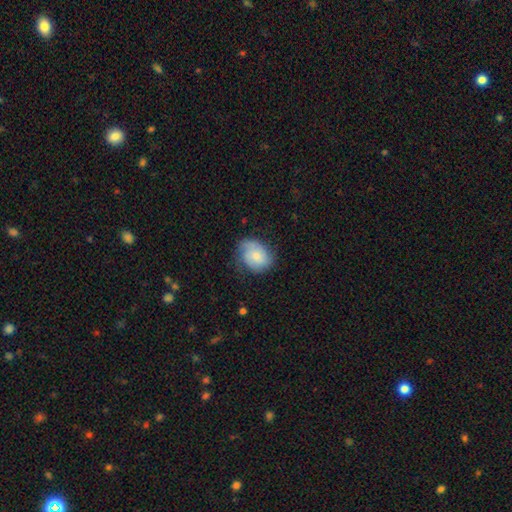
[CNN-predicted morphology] smooth_or_featured: smooth (p=0.49) [alt: featured or disk p=0.44]
merging: none (p=0.60) [alt: minor disturbance p=0.28]